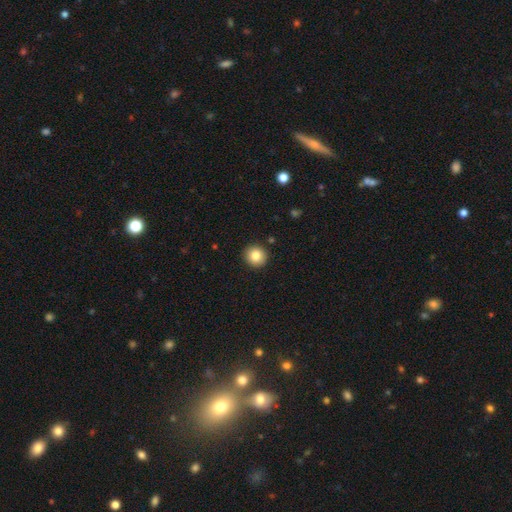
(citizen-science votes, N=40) Q: Smooth or featured?
A: smooth (88%); runner-up: star or artifact (10%)
Q: How rounded?
A: round (91%); runner-up: in between (9%)
Q: Merging?
A: none (83%); runner-up: minor disturbance (14%)